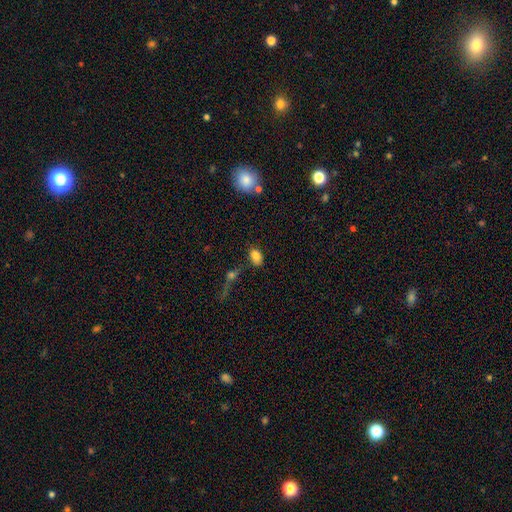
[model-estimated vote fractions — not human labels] Q: Smooth or featured?
A: smooth (83%); runner-up: star or artifact (10%)
Q: How rounded?
A: in between (84%); runner-up: round (14%)
Q: Merging?
A: none (69%); runner-up: minor disturbance (16%)